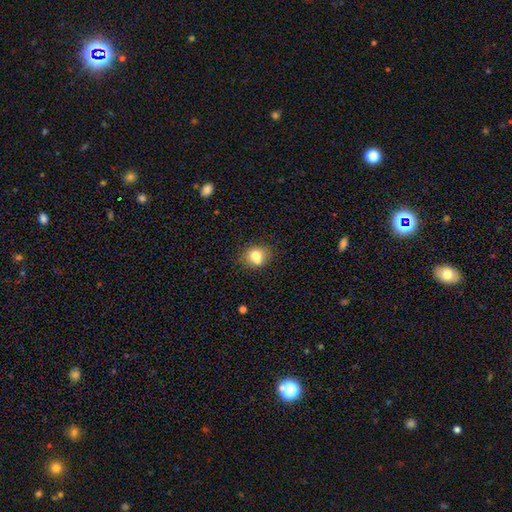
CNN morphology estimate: This is likely a smooth galaxy (74%). How rounded: likely round (65%). Merging: likely none (61%).